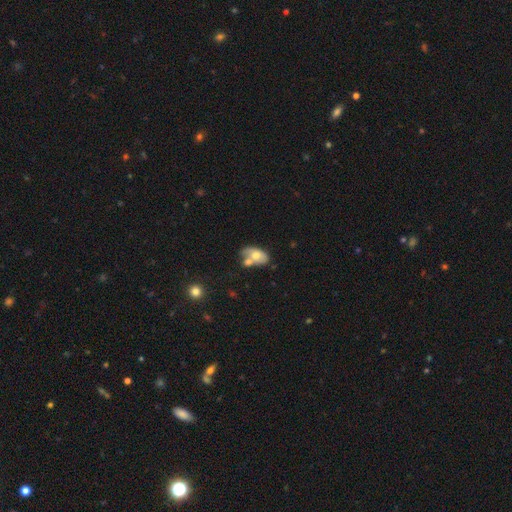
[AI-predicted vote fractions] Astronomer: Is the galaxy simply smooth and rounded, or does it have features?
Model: smooth — 62%.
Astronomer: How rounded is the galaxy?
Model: in between — 88%.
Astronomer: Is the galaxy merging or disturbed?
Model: merger — 49% (runner-up: none, 28%).